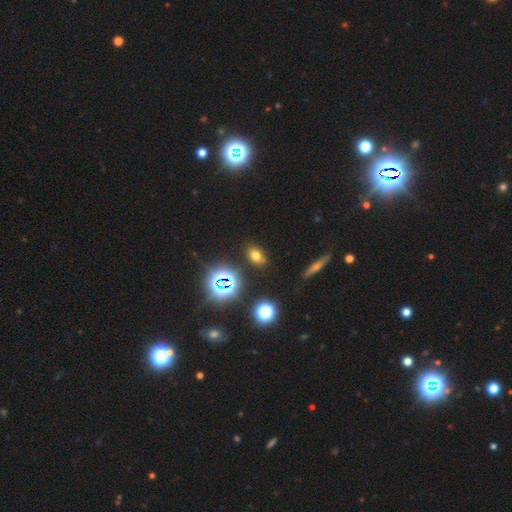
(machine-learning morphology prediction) This is likely a smooth galaxy (65%). How rounded: likely in between (76%). Merging: clearly none (83%).